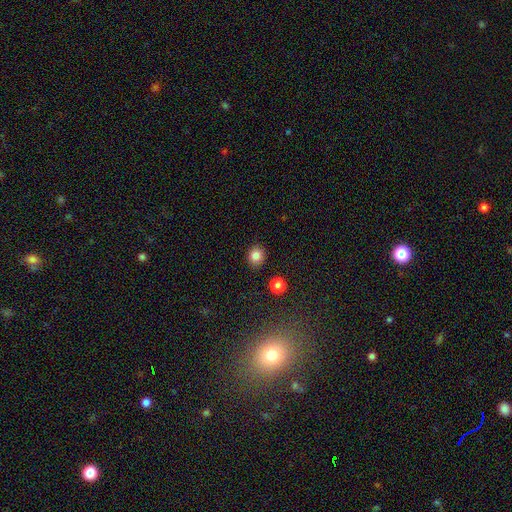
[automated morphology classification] This appears to be a smooth galaxy with no disk features (83%) that is round (76%). Merging: none (89%).